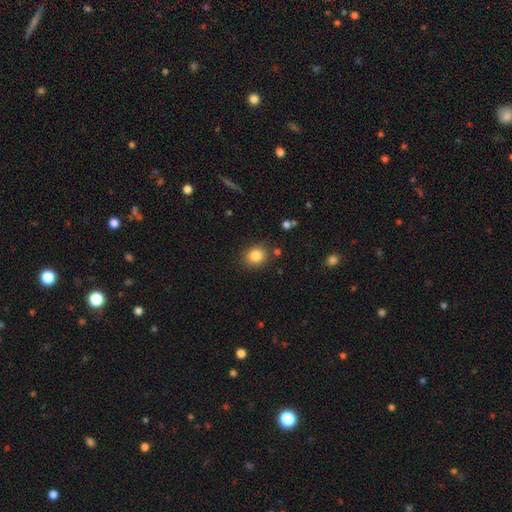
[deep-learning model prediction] Q: Smooth or featured?
A: smooth (84%); runner-up: star or artifact (10%)
Q: How rounded?
A: round (69%); runner-up: in between (30%)
Q: Merging?
A: none (84%); runner-up: minor disturbance (10%)